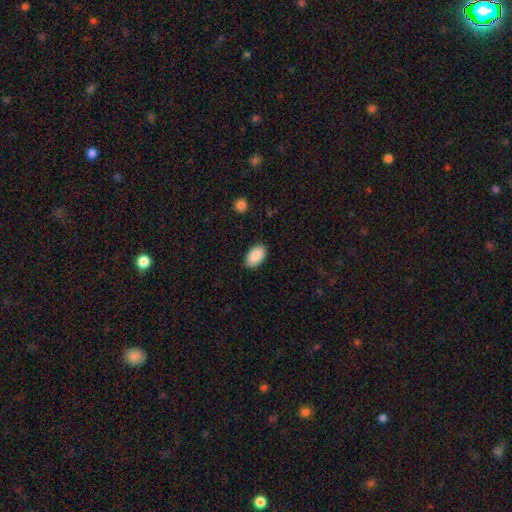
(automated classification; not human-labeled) smooth-or-featured: smooth: 90% | star or artifact: 6% | featured or disk: 4%
  how-rounded: in between: 94% | round: 4% | cigar-shaped: 1%
  merging: none: 88% | minor disturbance: 9% | major disturbance: 2% | merger: 1%